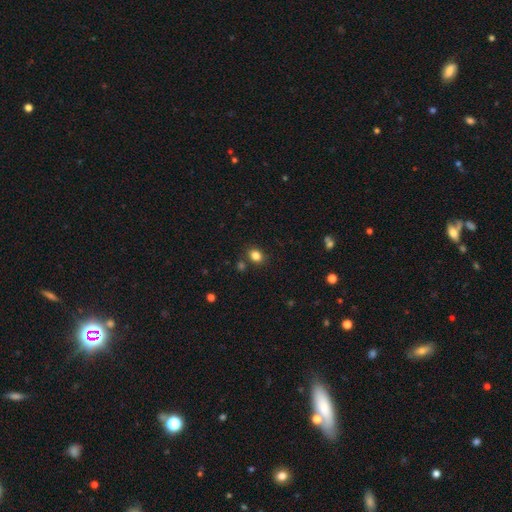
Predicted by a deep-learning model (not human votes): Smooth or featured? smooth (84%)
How rounded? in between (54%)
Merging? none (81%)